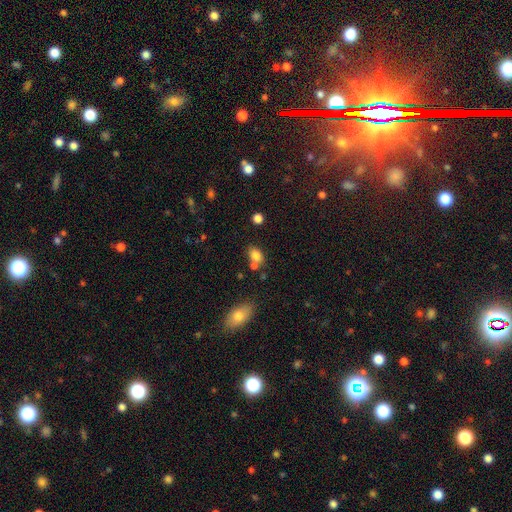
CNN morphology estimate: A smooth galaxy with no disk features (81%) that is in between round and cigar-shaped (78%). Merging: none (56%).